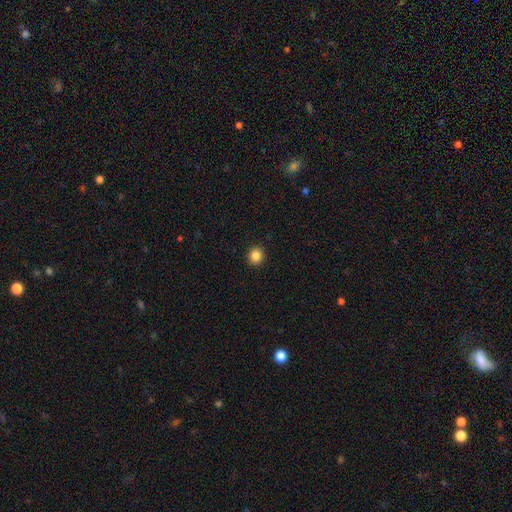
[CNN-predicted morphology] This appears to be a smooth galaxy with no disk features (85%) that is round (89%). Merging: none (93%).